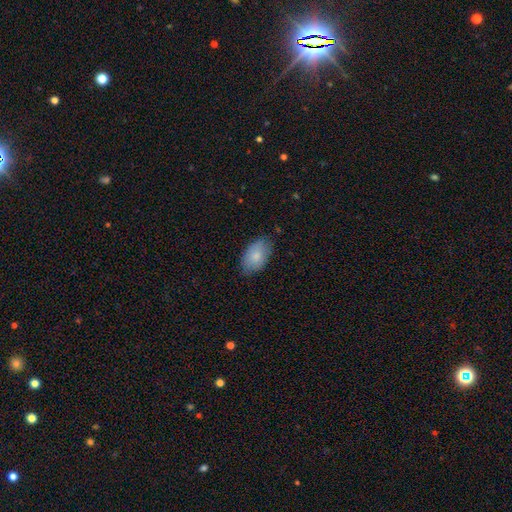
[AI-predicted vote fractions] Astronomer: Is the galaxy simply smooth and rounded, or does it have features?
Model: smooth — 82%.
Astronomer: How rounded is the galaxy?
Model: in between — 92%.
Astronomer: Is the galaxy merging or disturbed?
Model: none — 76%.